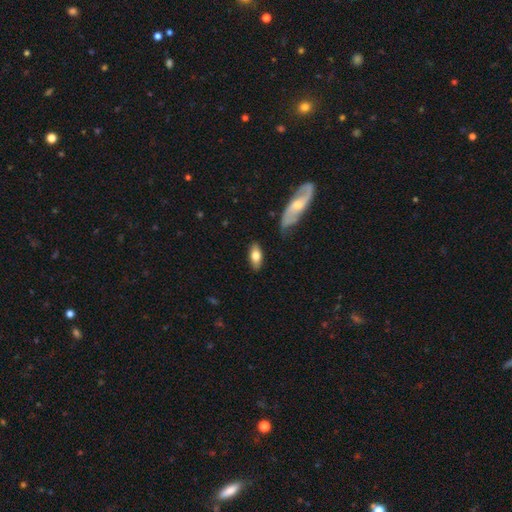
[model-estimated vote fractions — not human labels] This appears to be a smooth galaxy with no disk features (74%) that is in between round and cigar-shaped (87%). Merging: none (83%).